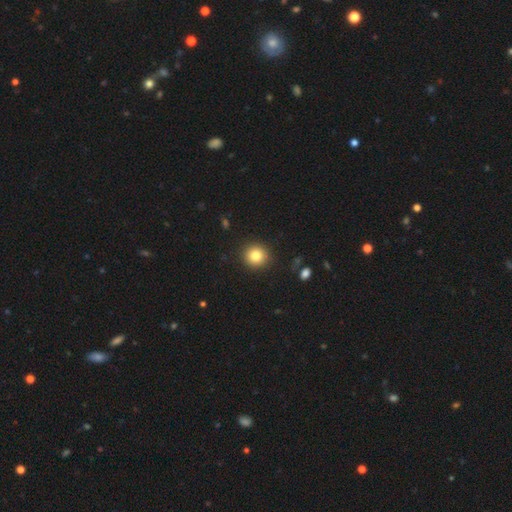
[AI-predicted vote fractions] A smooth galaxy with no disk features (83%) that is round (92%).

Vote fractions:
- Smooth or featured? smooth: 83% / star or artifact: 10% / featured or disk: 7%
- How rounded? round: 92% / in between: 7% / cigar-shaped: 1%
- Merging? none: 91% / minor disturbance: 6% / major disturbance: 2% / merger: 1%